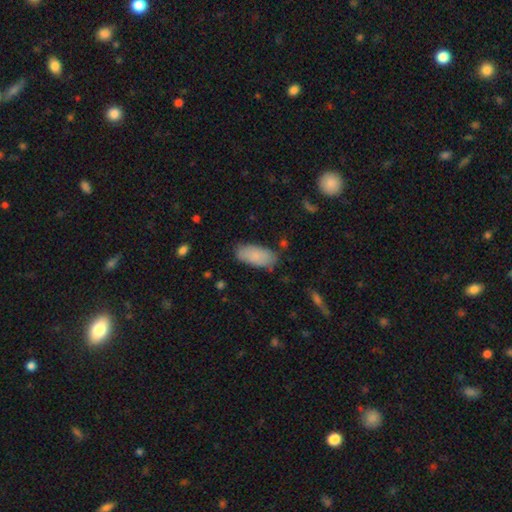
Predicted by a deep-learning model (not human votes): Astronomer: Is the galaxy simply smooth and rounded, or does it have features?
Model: smooth — 85%.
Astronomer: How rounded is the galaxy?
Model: in between — 89%.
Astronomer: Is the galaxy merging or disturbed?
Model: none — 79%.